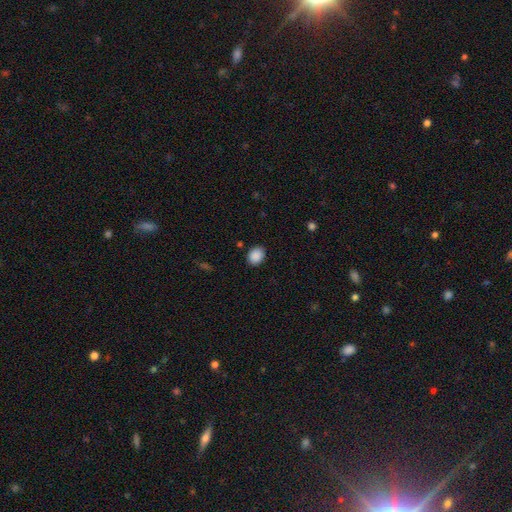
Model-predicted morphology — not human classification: Overall: smooth (89%). How rounded: in between (54%; round 46%). Merging: none (86%).